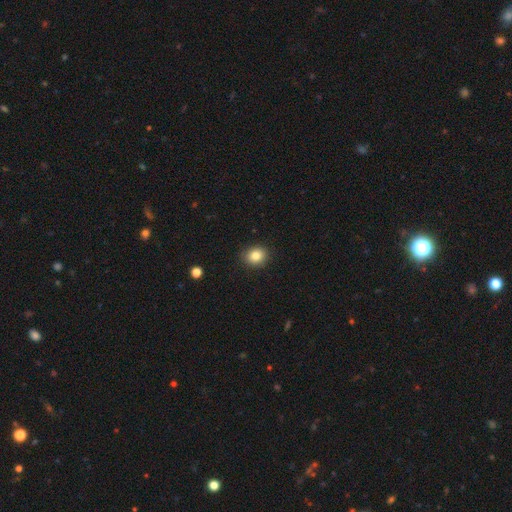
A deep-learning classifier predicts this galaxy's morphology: This appears to be a smooth galaxy with no disk features (84%) that is round (64%). Merging: none (89%).